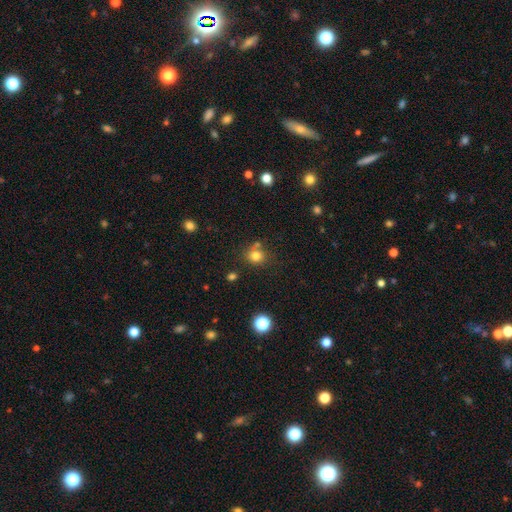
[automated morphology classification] This is likely a smooth galaxy (78%). How rounded: clearly round (82%). Merging: likely none (66%).